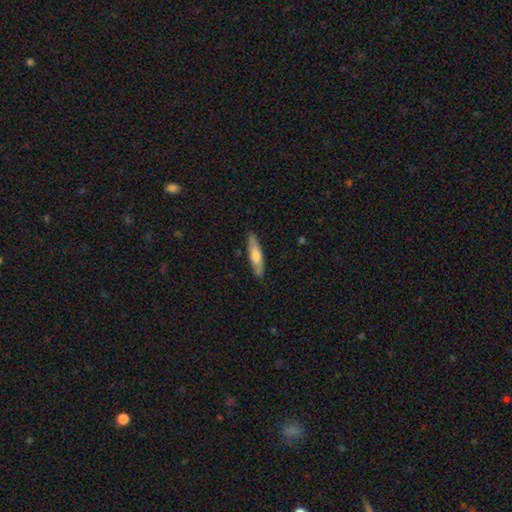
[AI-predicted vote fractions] Morphology: type=smooth (61%); roundness=cigar-shaped (76%); merging=none (87%).